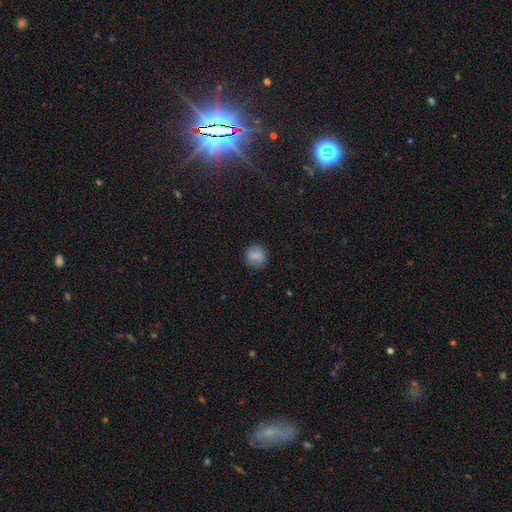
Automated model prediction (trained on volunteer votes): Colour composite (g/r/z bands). It shows a smooth galaxy with no disk features (83%) that is round (87%). Merging: none (87%).